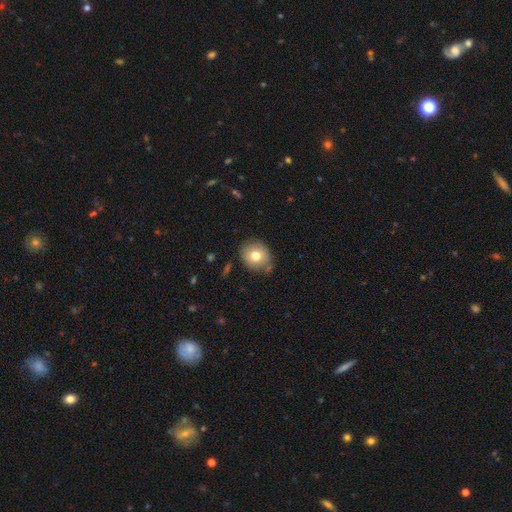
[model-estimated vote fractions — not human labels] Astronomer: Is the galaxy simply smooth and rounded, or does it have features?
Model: smooth — 74%.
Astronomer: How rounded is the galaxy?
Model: round — 78%.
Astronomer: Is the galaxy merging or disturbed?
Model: none — 76%.